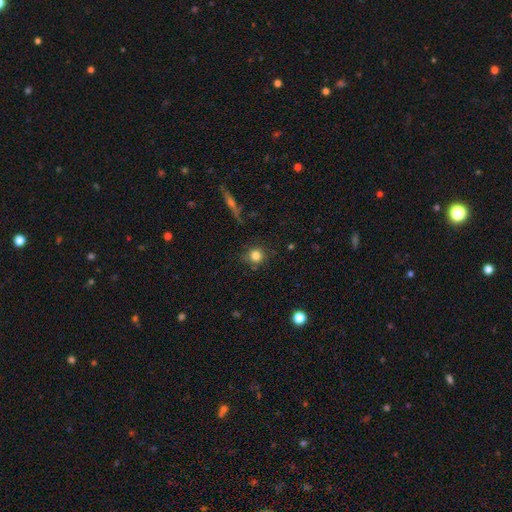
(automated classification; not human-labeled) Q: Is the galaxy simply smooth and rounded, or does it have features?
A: smooth — 81%.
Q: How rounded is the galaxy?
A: round — 92%.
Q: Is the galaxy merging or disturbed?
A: none — 82%.